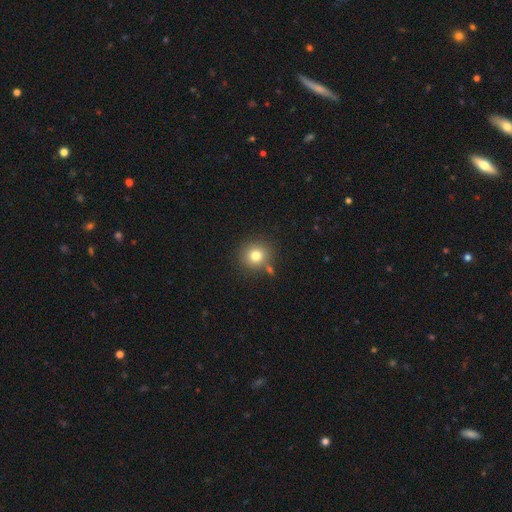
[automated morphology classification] type=smooth (78%); roundness=round (91%); merging=none (80%).